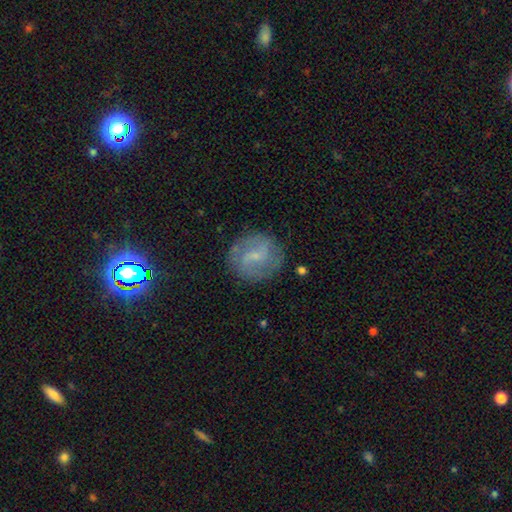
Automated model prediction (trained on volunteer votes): Smooth or featured? featured or disk (65%)
Edge-on disk? no (97%)
Bar? weak (55%)
Spiral arms? yes (85%)
Spiral winding? medium (46%)
Spiral arm count? 2 (75%)
Bulge size? small (67%)
Merging? none (79%)